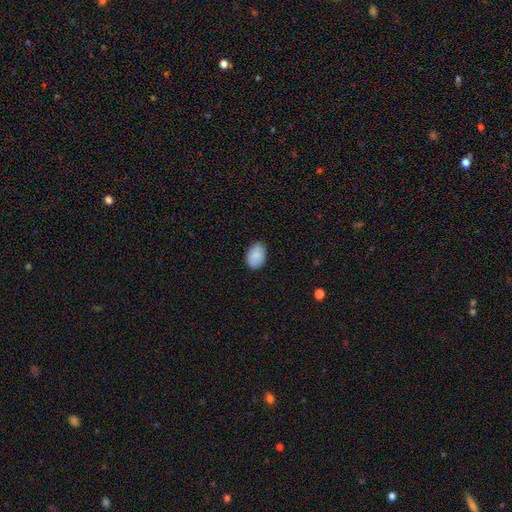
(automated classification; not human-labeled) smooth 87%, star or artifact 7%, featured or disk 6%. Down the decision tree: how rounded — in between (85%); merging — none (84%).